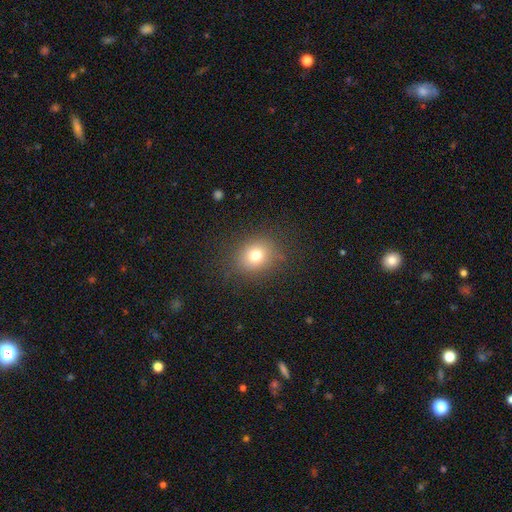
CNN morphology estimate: Smooth or featured: smooth — 75% (star or artifact — 14%)
How rounded: round — 67% (in between — 32%)
Merging: none — 84% (minor disturbance — 11%)